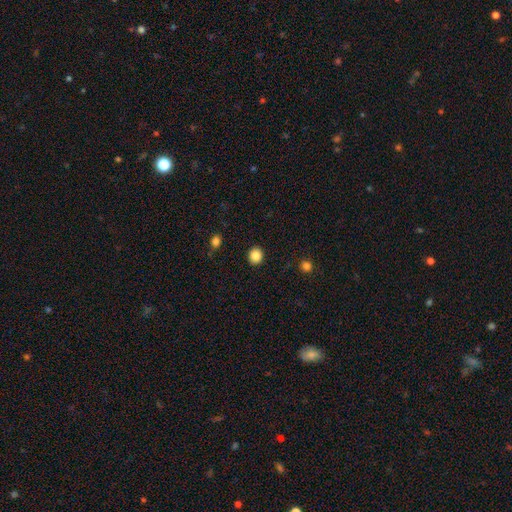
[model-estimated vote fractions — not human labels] smooth-or-featured: smooth: 86% | star or artifact: 10% | featured or disk: 4%
  how-rounded: round: 82% | in between: 17% | cigar-shaped: 1%
  merging: none: 91% | minor disturbance: 6% | major disturbance: 2% | merger: 1%